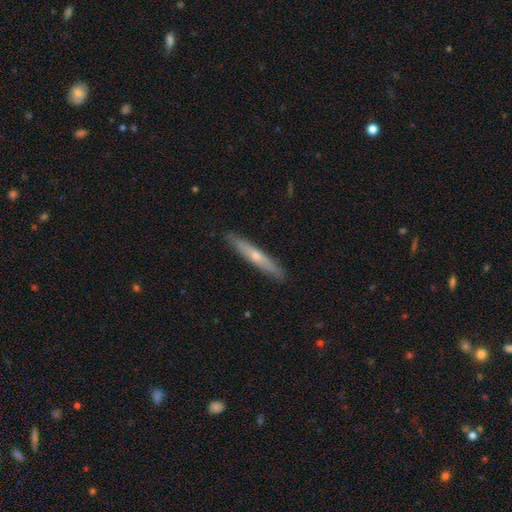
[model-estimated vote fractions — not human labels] A featured or disk galaxy (51%) viewed edge-on (92%). Merging: none (90%).